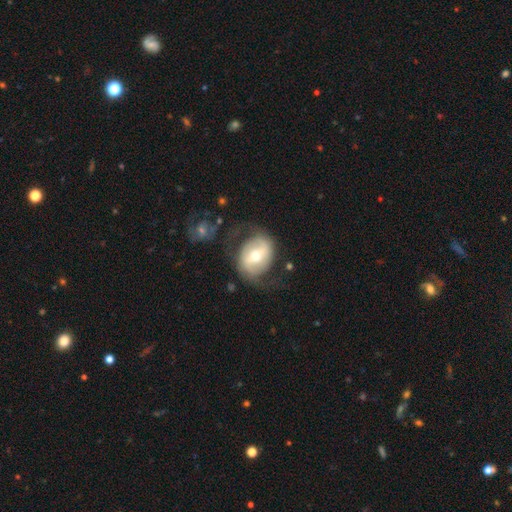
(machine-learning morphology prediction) Smooth or featured: featured or disk — 64% (smooth — 29%)
Edge-on disk: no — 95% (yes — 5%)
Bar: strong — 37% (weak — 35%)
Spiral arms: yes — 65% (no — 35%)
Bulge size: moderate — 62% (small — 30%)
Merging: none — 62% (major disturbance — 18%)